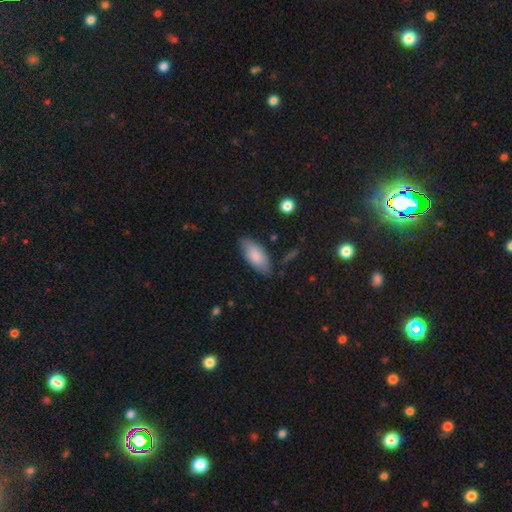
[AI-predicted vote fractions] This is clearly a smooth galaxy (82%). How rounded: clearly in between (87%). Merging: likely none (77%).